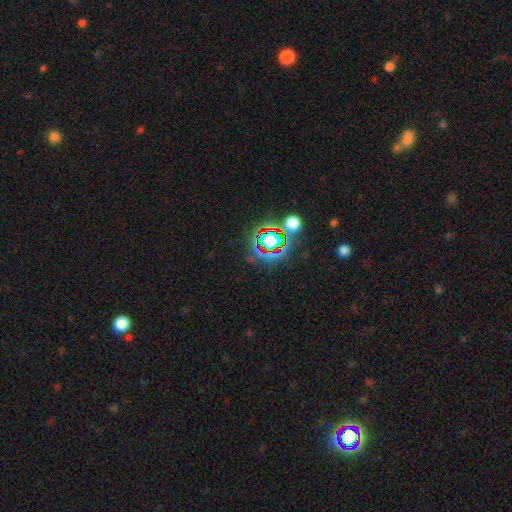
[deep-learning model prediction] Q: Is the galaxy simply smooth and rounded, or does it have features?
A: star or artifact — 66%.